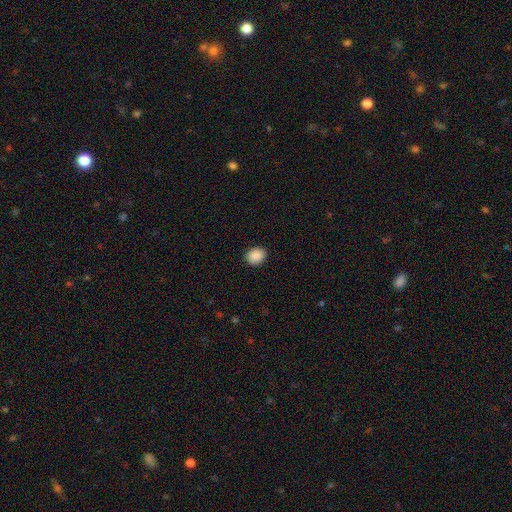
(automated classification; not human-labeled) This is clearly a smooth galaxy (89%). How rounded: likely round (60%). Merging: clearly none (90%).